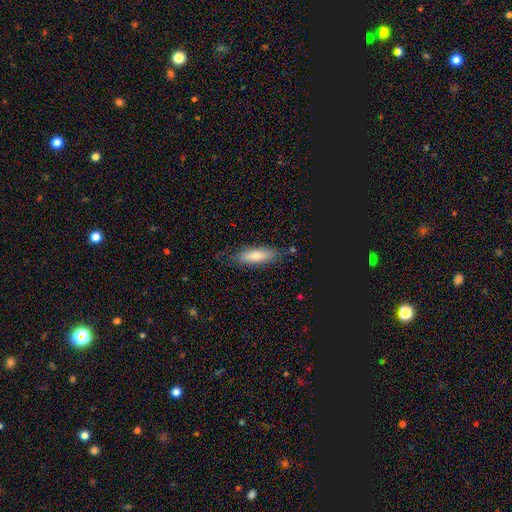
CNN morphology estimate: smooth 79%, featured or disk 15%, star or artifact 6%. Down the decision tree: how rounded — in between (52%); merging — none (79%).